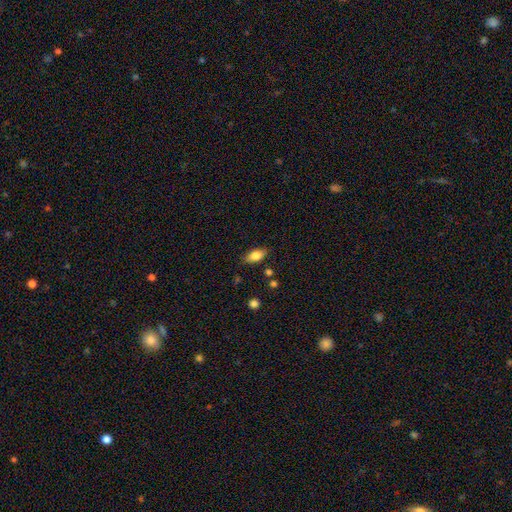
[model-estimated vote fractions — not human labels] Q: Smooth or featured?
A: smooth (80%); runner-up: featured or disk (12%)
Q: How rounded?
A: in between (87%); runner-up: cigar-shaped (8%)
Q: Merging?
A: none (81%); runner-up: minor disturbance (13%)